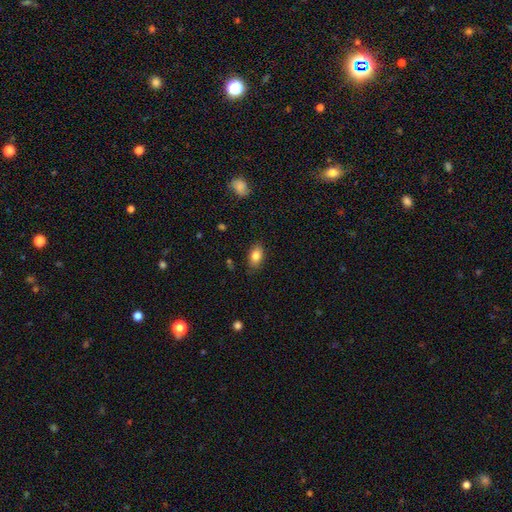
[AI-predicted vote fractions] Smooth or featured: smooth — 83% (featured or disk — 9%)
How rounded: in between — 89% (round — 8%)
Merging: none — 84% (minor disturbance — 12%)